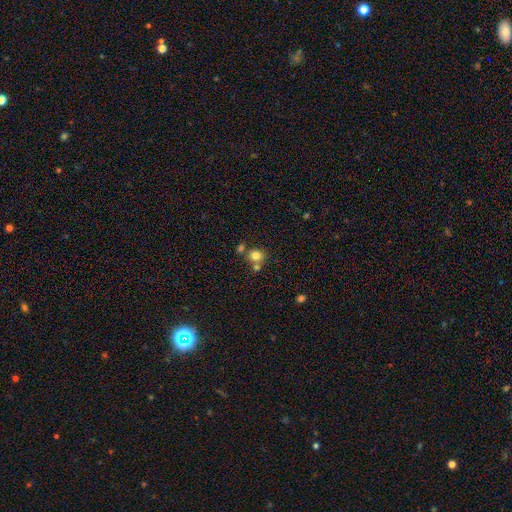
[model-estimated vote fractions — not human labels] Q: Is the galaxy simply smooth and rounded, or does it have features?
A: smooth — 79%.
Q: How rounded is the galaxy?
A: round — 77%.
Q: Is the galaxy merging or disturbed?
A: none — 60%.